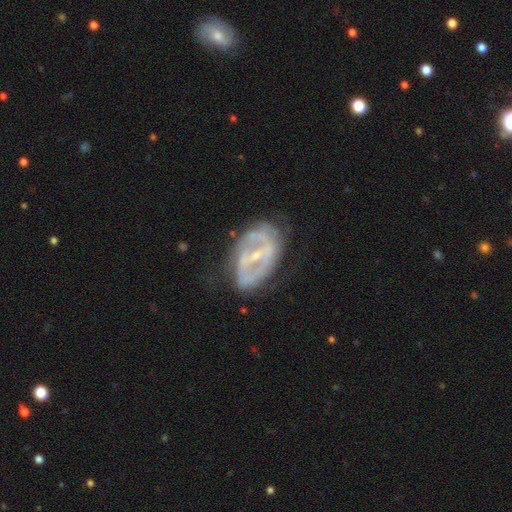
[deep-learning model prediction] The model was most divided on "spiral arms": yes: 57%, no: 43%. More confident: edge-on disk — no (93%); smooth or featured — featured or disk (80%); bulge size — small (70%); merging — none (61%); bar — strong (55%).